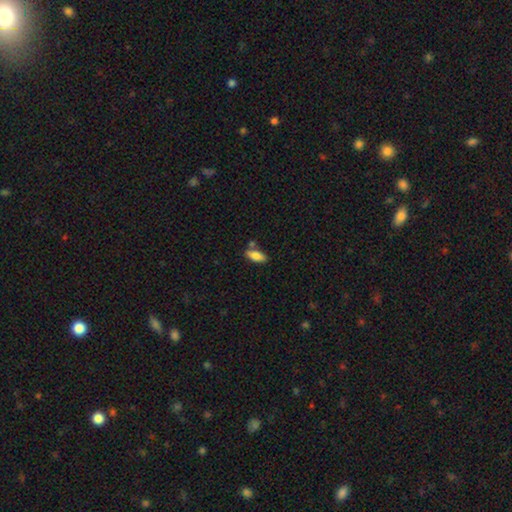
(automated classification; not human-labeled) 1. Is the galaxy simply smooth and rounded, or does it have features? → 84% smooth, 9% featured or disk, 7% star or artifact.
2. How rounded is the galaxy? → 81% in between, 17% cigar-shaped, 2% round.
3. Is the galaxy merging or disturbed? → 69% none, 15% minor disturbance, 13% merger, 3% major disturbance.